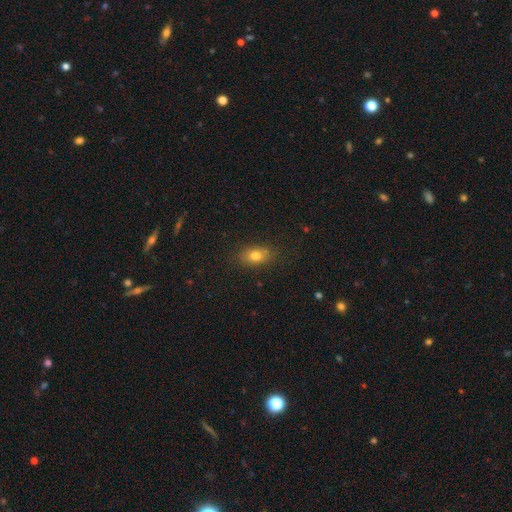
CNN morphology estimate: Smooth or featured: smooth — 79% (star or artifact — 11%)
How rounded: in between — 77% (round — 20%)
Merging: none — 82% (minor disturbance — 13%)